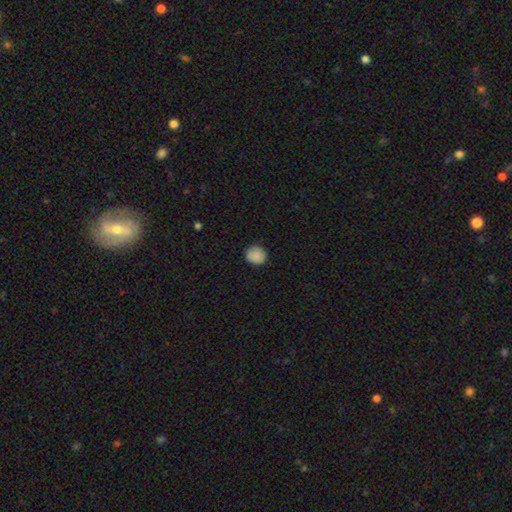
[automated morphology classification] type=smooth (87%); roundness=round (84%); merging=none (84%).